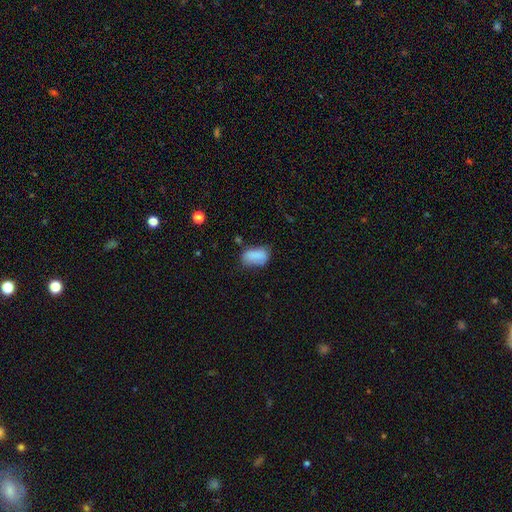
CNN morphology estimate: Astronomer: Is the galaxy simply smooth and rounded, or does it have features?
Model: smooth — 84%.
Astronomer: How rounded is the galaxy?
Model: in between — 91%.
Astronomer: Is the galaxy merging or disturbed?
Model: none — 55%.